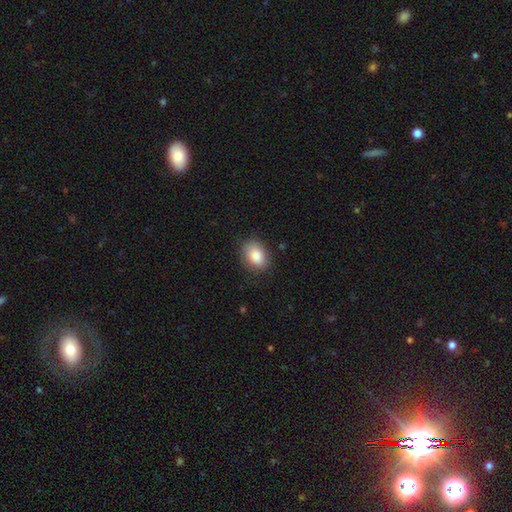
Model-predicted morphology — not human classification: smooth_or_featured: smooth (p=0.86) [alt: star or artifact p=0.07]
how_rounded: in between (p=0.73) [alt: round p=0.25]
merging: none (p=0.81) [alt: minor disturbance p=0.14]